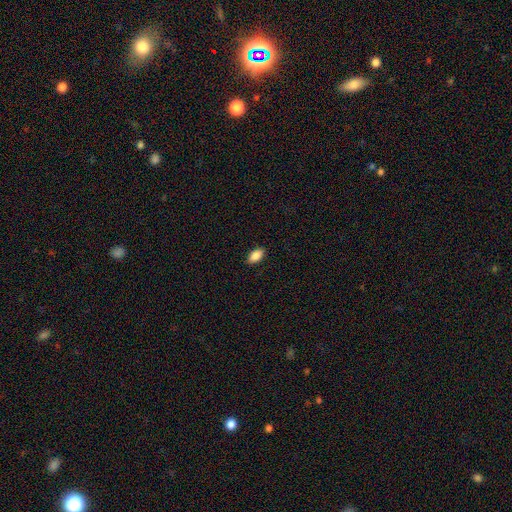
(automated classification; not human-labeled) Smooth or featured? Predicted: smooth (p=0.87). How rounded? Predicted: in between (p=0.92). Merging? Predicted: none (p=0.88).